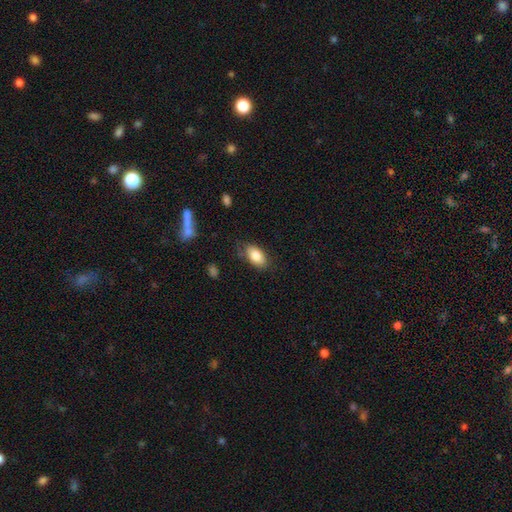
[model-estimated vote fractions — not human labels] Smooth or featured? Predicted: smooth (p=0.83). How rounded? Predicted: in between (p=0.92). Merging? Predicted: none (p=0.76).